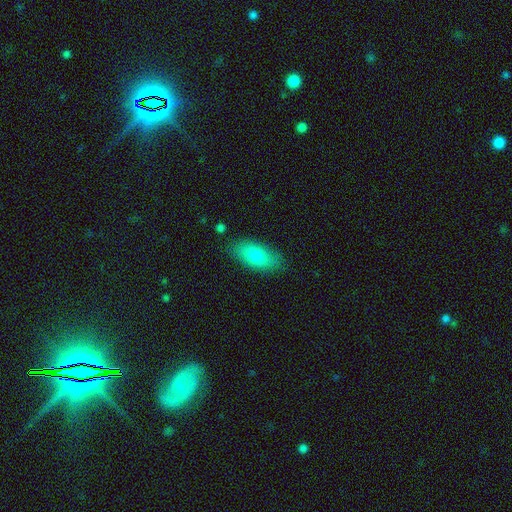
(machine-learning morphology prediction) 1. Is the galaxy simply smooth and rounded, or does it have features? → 78% smooth, 15% featured or disk, 7% star or artifact.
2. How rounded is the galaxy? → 88% in between, 8% cigar-shaped, 4% round.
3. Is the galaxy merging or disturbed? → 83% none, 13% minor disturbance, 3% major disturbance, 2% merger.